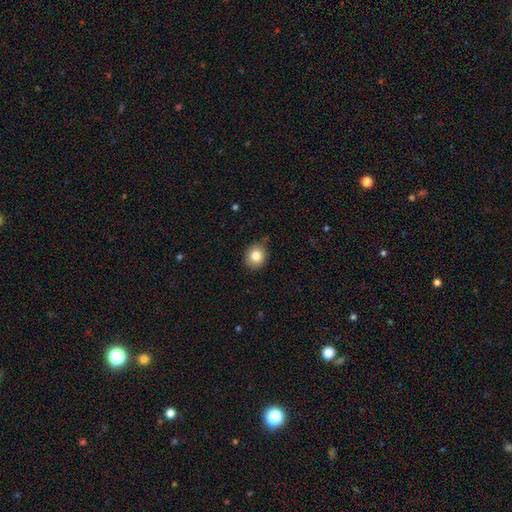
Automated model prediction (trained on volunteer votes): smooth_or_featured: smooth (p=0.82) [alt: star or artifact p=0.10]
how_rounded: round (p=0.77) [alt: in between p=0.22]
merging: none (p=0.82) [alt: minor disturbance p=0.14]